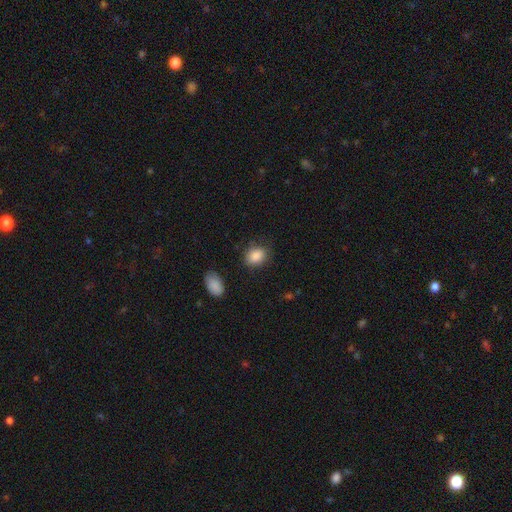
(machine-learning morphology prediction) Overall: smooth (88%). How rounded: in between (57%; round 42%). Merging: none (76%).